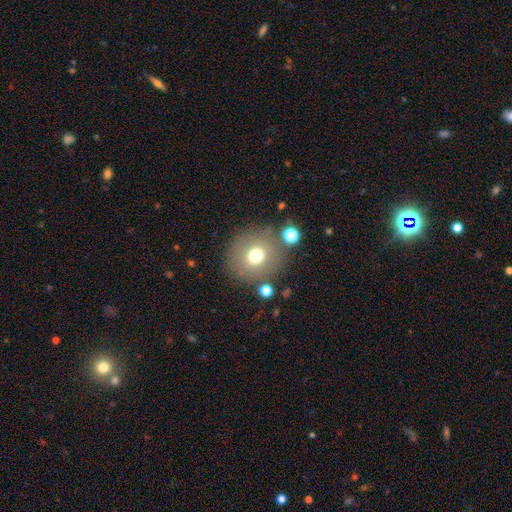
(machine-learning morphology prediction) smooth-or-featured: smooth: 70% | featured or disk: 16% | star or artifact: 14%
  how-rounded: round: 91% | in between: 8% | cigar-shaped: 1%
  merging: none: 81% | minor disturbance: 9% | major disturbance: 5% | merger: 5%